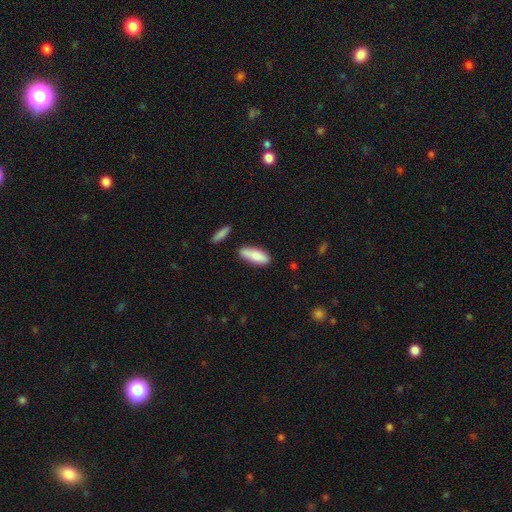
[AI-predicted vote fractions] A smooth galaxy with no disk features (83%) that is in between round and cigar-shaped (65%).

Vote fractions:
- Smooth or featured? smooth: 83% / featured or disk: 11% / star or artifact: 6%
- How rounded? in between: 65% / cigar-shaped: 33% / round: 2%
- Merging? none: 74% / minor disturbance: 17% / merger: 6% / major disturbance: 3%